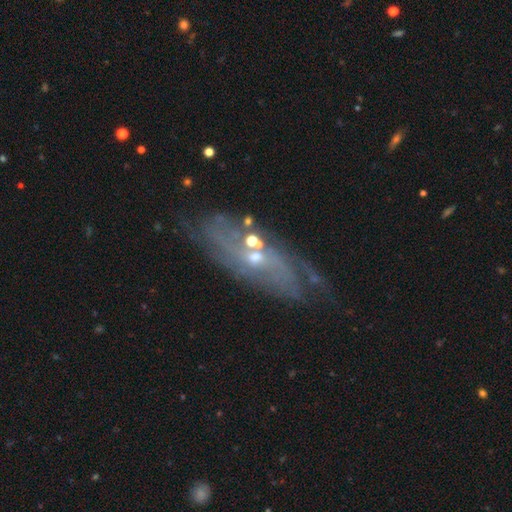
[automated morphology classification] featured or disk 75%, smooth 15%, star or artifact 10%. Down the decision tree: edge-on disk — no (81%); bar — no (69%); spiral arms — yes (77%); bulge size — small (66%); merging — none (70%).